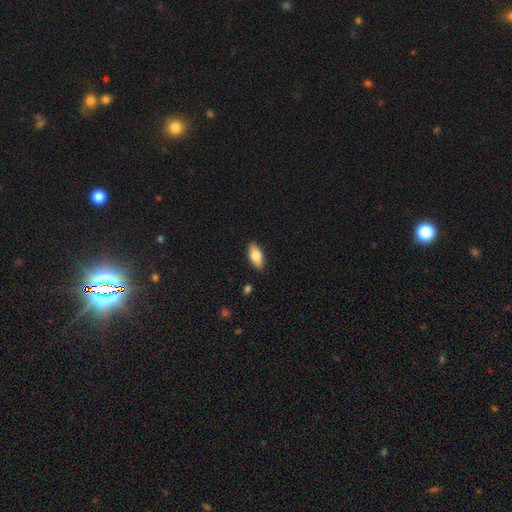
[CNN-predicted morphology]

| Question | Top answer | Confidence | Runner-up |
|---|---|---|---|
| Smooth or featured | smooth | 78% | featured or disk (16%) |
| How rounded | in between | 87% | cigar-shaped (10%) |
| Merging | none | 87% | minor disturbance (10%) |